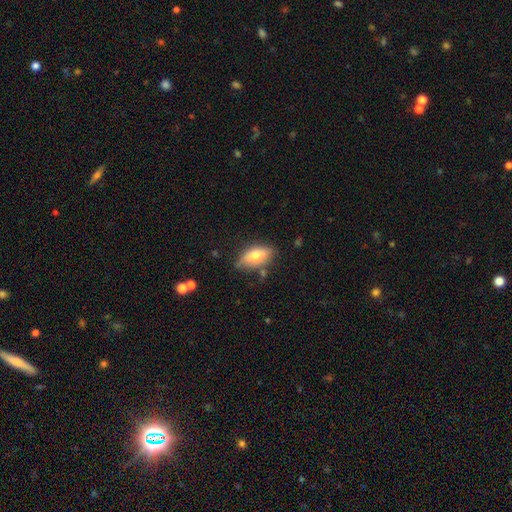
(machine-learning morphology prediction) A smooth galaxy with no disk features (72%) that is in between round and cigar-shaped (88%). Merging: none (72%).